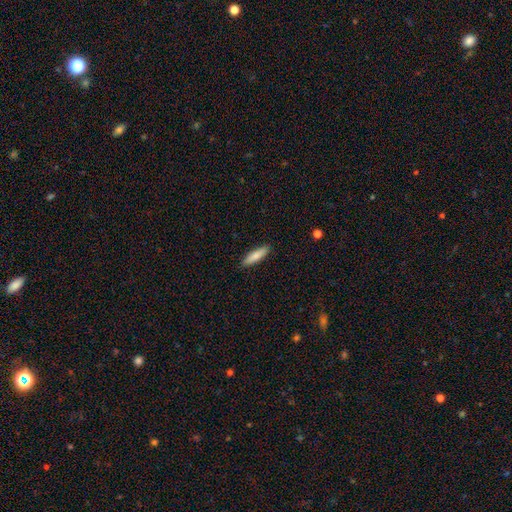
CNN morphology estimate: Smooth or featured? smooth (80%)
How rounded? cigar-shaped (73%)
Merging? none (90%)